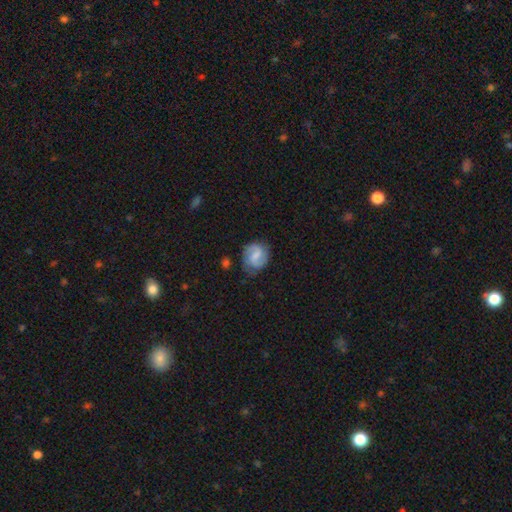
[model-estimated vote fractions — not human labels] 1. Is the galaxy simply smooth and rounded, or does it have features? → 62% featured or disk, 31% smooth, 7% star or artifact.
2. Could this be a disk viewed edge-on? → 98% no, 2% yes.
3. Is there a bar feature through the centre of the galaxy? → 55% weak, 24% strong, 21% no.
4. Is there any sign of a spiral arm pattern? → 90% yes, 10% no.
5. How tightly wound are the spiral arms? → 46% medium, 31% loose, 23% tight.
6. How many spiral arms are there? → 85% 2, 8% can't tell, 3% 1, 2% 3, 1% 4, 1% more than 4.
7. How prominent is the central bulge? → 42% small, 31% moderate, 22% none, 4% large, 1% dominant.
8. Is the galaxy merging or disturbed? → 70% none, 21% minor disturbance, 7% major disturbance, 2% merger.